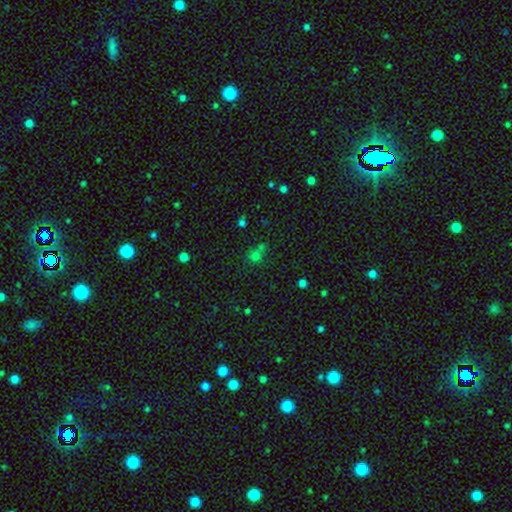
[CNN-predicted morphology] Smooth or featured?
  - smooth: 66% *
  - star or artifact: 26%
  - featured or disk: 8%
How rounded?
  - round: 85% *
  - in between: 14%
  - cigar-shaped: 1%
Merging?
  - none: 54% *
  - merger: 32%
  - minor disturbance: 10%
  - major disturbance: 4%